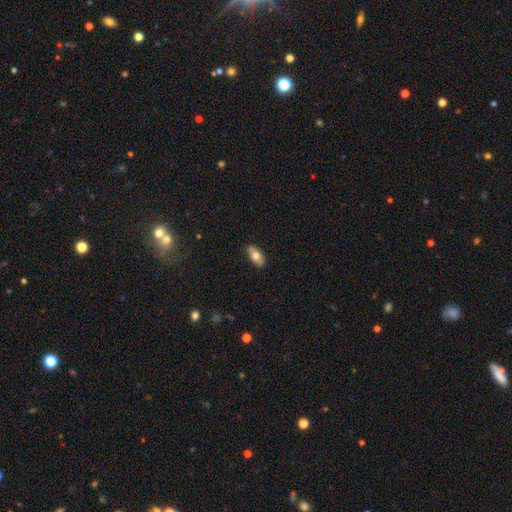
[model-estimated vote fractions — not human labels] Smooth or featured? smooth (68%)
How rounded? in between (89%)
Merging? none (82%)